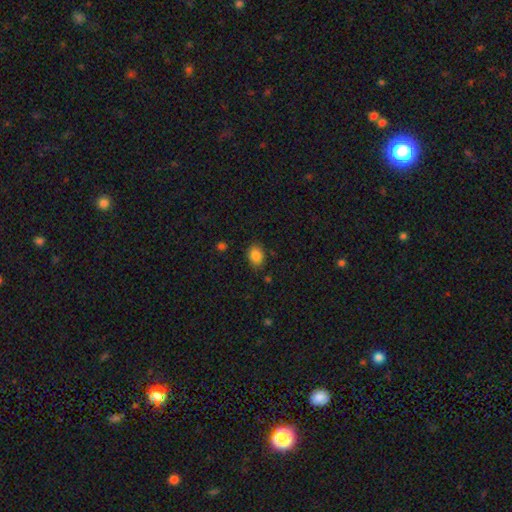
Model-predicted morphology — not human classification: type=smooth (85%); roundness=in between (66%); merging=none (80%).